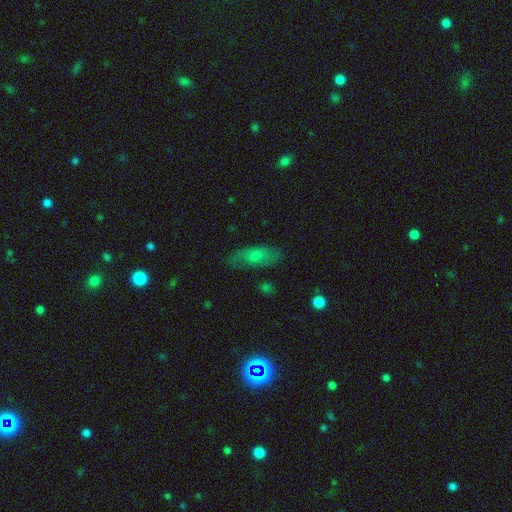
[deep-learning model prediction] A smooth galaxy with no disk features (53%) that is in between round and cigar-shaped (76%). Merging: none (76%).